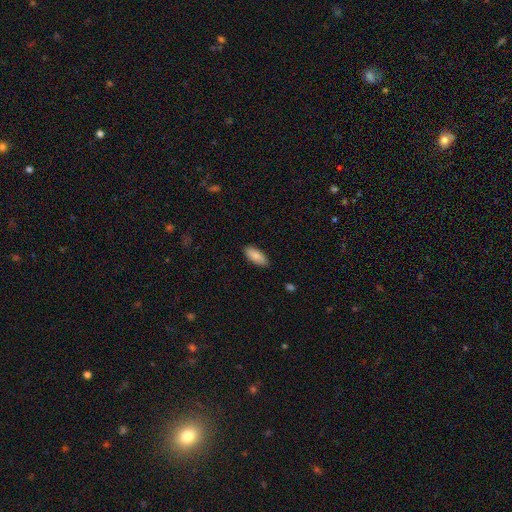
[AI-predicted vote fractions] Overall: smooth (86%). How rounded: in between (85%). Merging: none (88%).